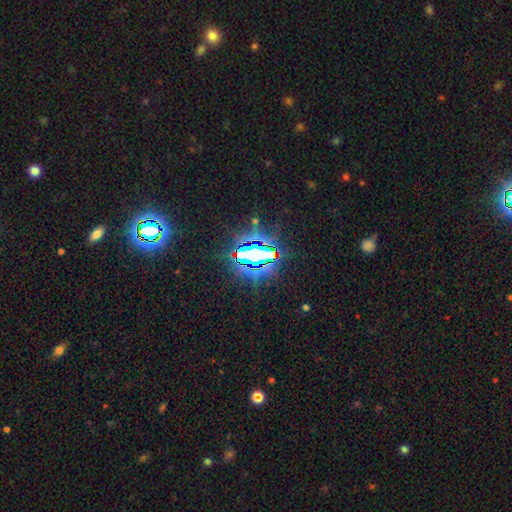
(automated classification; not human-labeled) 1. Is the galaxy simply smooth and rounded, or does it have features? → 79% star or artifact, 10% smooth, 10% featured or disk.